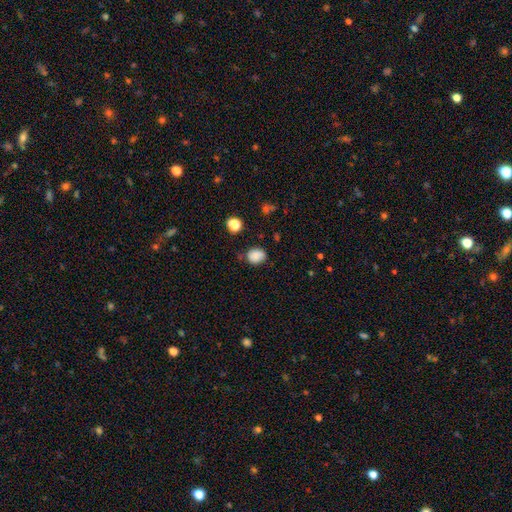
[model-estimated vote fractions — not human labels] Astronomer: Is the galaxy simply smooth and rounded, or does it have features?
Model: smooth — 82%.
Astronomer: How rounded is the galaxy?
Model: round — 53% (runner-up: in between, 46%).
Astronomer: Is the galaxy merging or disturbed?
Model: none — 69%.